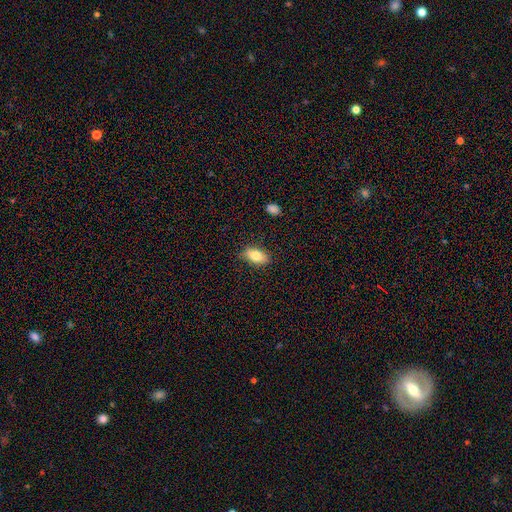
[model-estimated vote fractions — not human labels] This appears to be a smooth galaxy with no disk features (81%) that is in between round and cigar-shaped (89%). Merging: none (84%).